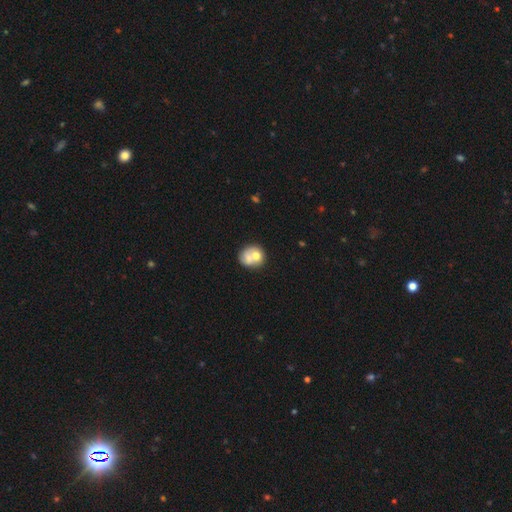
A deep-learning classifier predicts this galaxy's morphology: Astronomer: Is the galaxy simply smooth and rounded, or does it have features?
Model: smooth — 63%.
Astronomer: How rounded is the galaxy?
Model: round — 75%.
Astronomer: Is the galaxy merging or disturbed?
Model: merger — 47% (runner-up: none, 36%).